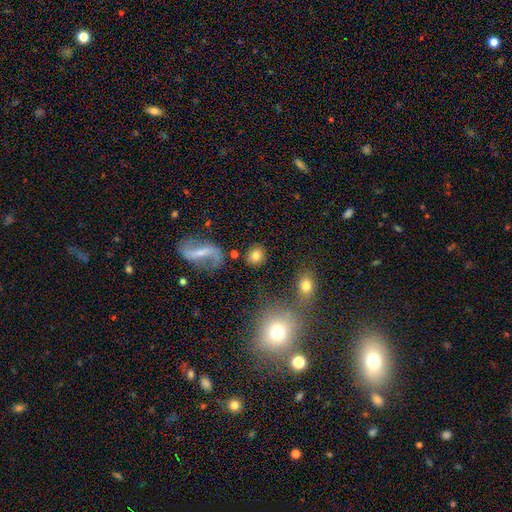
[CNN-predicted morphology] This appears to be a smooth galaxy with no disk features (76%) that is round (79%). Merging: none (79%).